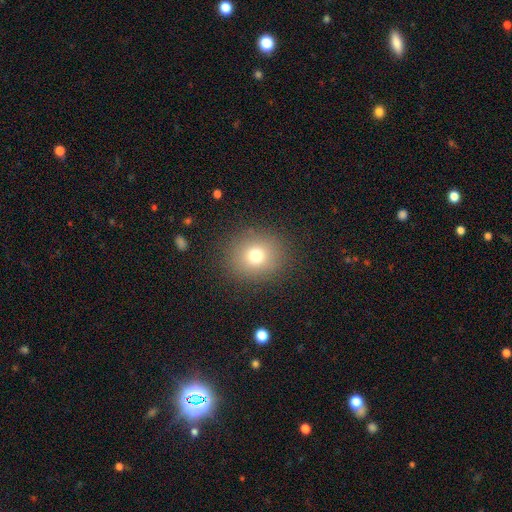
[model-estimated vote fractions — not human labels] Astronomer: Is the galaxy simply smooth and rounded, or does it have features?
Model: smooth — 74%.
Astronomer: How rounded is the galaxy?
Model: round — 82%.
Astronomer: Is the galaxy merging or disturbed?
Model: none — 88%.